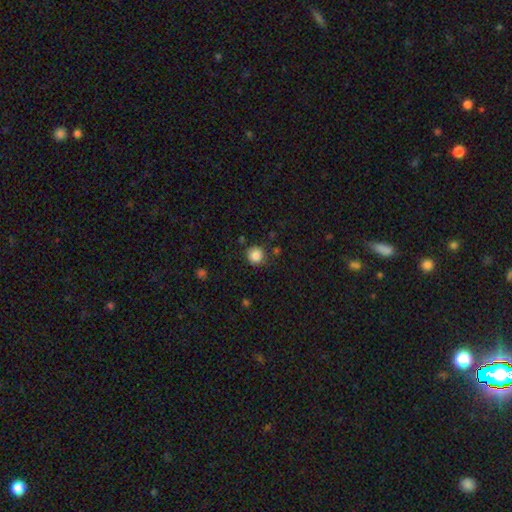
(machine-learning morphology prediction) Smooth or featured?
  - smooth: 85% *
  - star or artifact: 11%
  - featured or disk: 4%
How rounded?
  - round: 92% *
  - in between: 7%
  - cigar-shaped: 1%
Merging?
  - none: 83% *
  - minor disturbance: 11%
  - merger: 3%
  - major disturbance: 3%